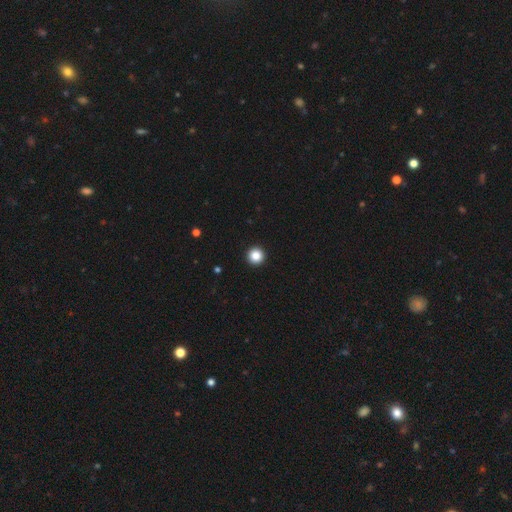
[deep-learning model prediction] This is clearly a smooth galaxy (85%). How rounded: clearly round (97%). Merging: clearly none (95%).